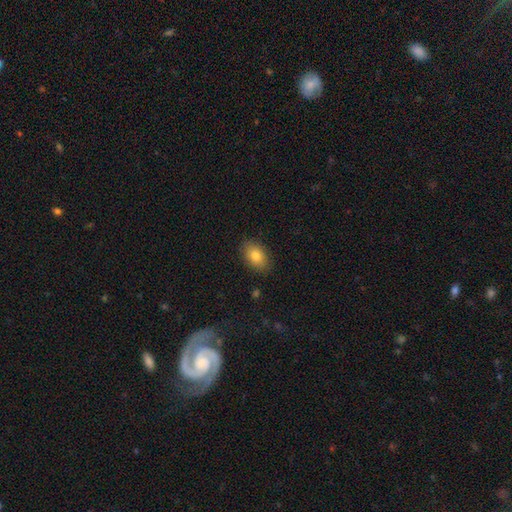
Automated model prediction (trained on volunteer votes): smooth_or_featured: smooth (p=0.82) [alt: featured or disk p=0.10]
how_rounded: in between (p=0.87) [alt: round p=0.12]
merging: none (p=0.86) [alt: minor disturbance p=0.10]